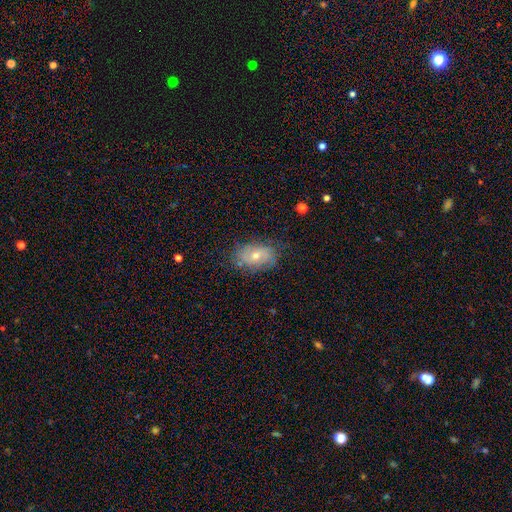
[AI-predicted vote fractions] smooth_or_featured: featured or disk (p=0.51) [alt: smooth p=0.38]
disk_edge_on: no (p=0.94) [alt: yes p=0.06]
merging: none (p=0.74) [alt: minor disturbance p=0.19]